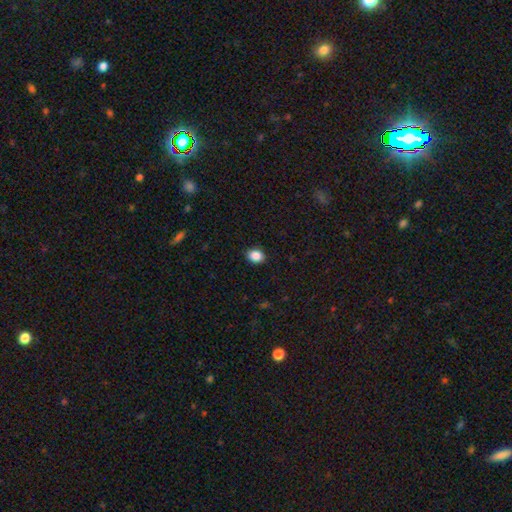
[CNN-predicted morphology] smooth_or_featured: smooth (p=0.88) [alt: star or artifact p=0.09]
how_rounded: in between (p=0.50) [alt: round p=0.49]
merging: none (p=0.90) [alt: minor disturbance p=0.07]